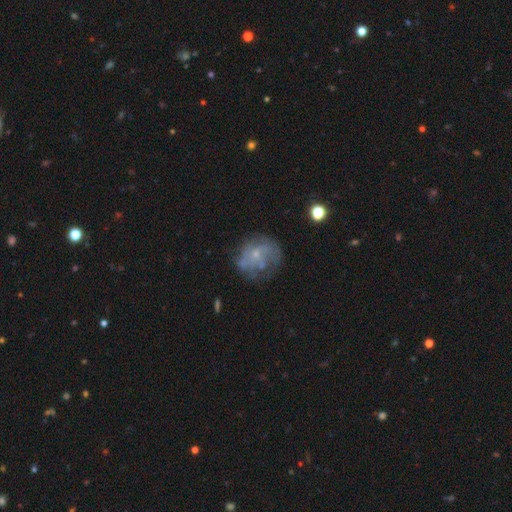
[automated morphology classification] Overall: featured or disk (56%; smooth 33%). Edge-on disk: no (98%). Bar: no (81%). Spiral arms: no (54%; yes 46%). Bulge size: small (70%). Merging: none (51%; minor disturbance 24%).